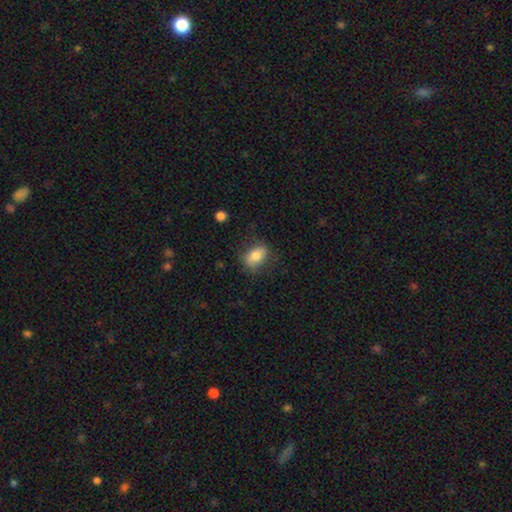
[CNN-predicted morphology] A smooth galaxy with no disk features (80%) that is in between round and cigar-shaped (84%). Merging: none (73%).